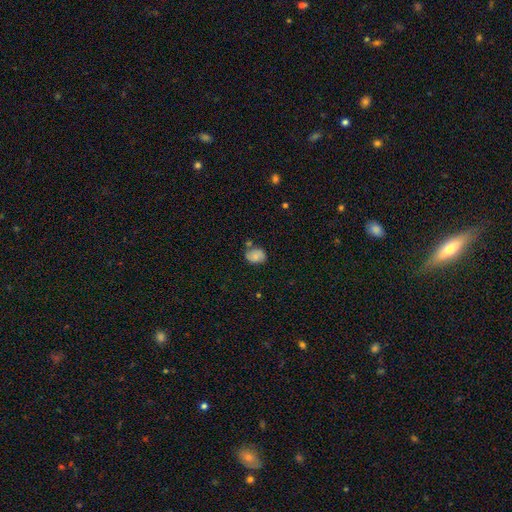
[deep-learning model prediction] Q: Smooth or featured?
A: smooth (60%); runner-up: featured or disk (31%)
Q: How rounded?
A: in between (61%); runner-up: round (38%)
Q: Merging?
A: none (62%); runner-up: minor disturbance (23%)